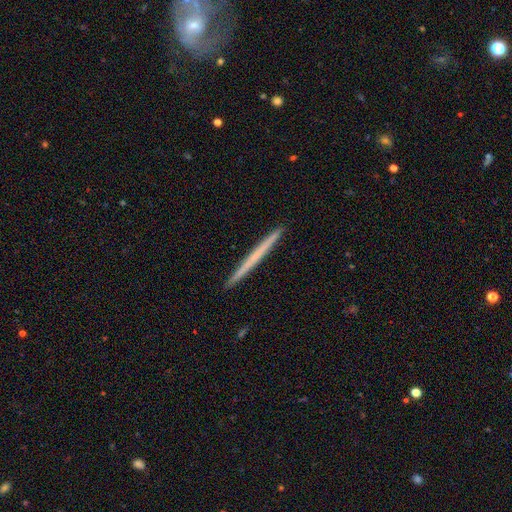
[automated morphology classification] Smooth or featured? smooth (49%)
Merging? none (93%)